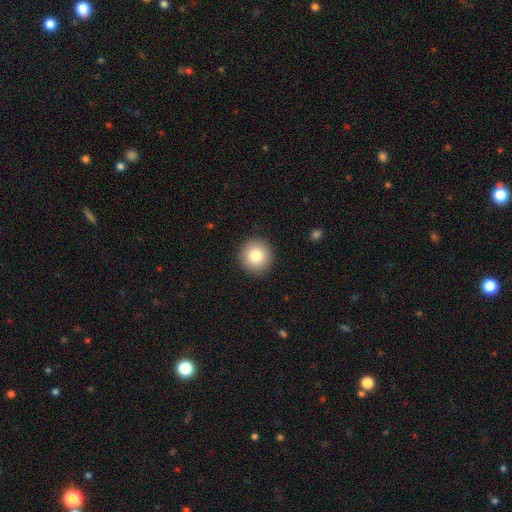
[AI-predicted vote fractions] Smooth or featured? smooth (82%)
How rounded? round (94%)
Merging? none (92%)